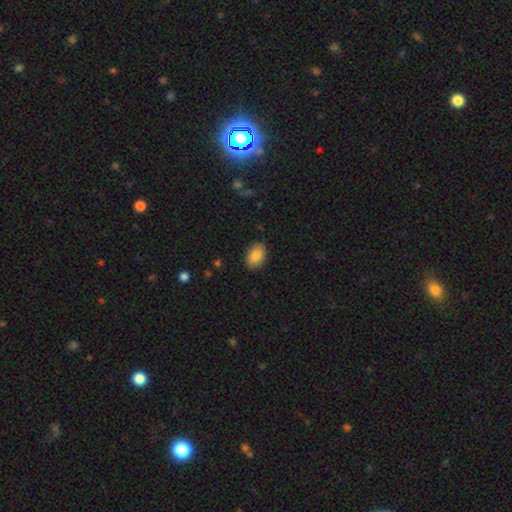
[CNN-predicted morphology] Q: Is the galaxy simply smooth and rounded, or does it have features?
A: smooth — 87%.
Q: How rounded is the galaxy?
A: in between — 87%.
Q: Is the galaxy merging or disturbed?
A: none — 88%.